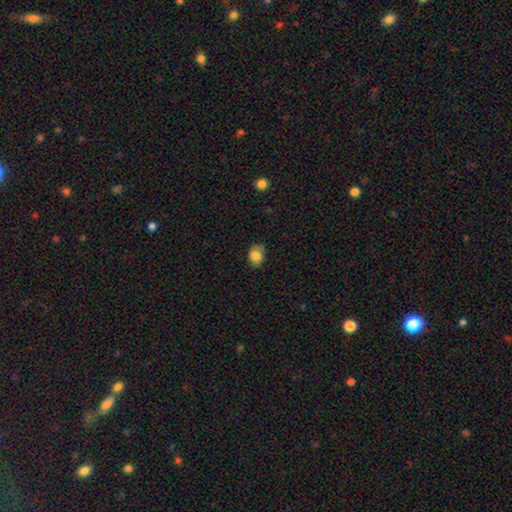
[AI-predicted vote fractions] A smooth galaxy with no disk features (81%) that is in between round and cigar-shaped (72%).

Vote fractions:
- Smooth or featured? smooth: 81% / featured or disk: 11% / star or artifact: 9%
- How rounded? in between: 72% / round: 27% / cigar-shaped: 1%
- Merging? none: 73% / minor disturbance: 22% / major disturbance: 4% / merger: 1%